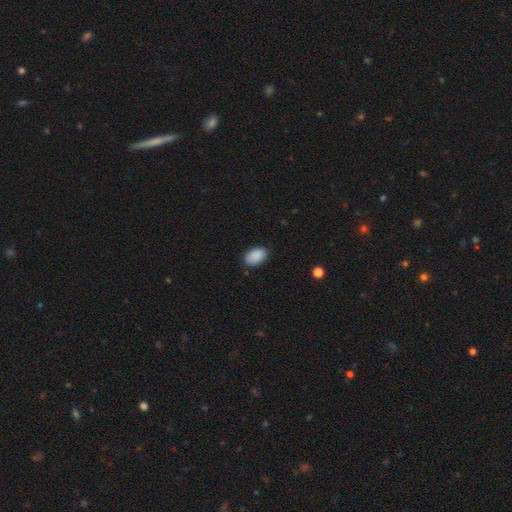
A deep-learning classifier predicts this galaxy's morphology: A smooth galaxy with no disk features (90%) that is in between round and cigar-shaped (90%).

Vote fractions:
- Smooth or featured? smooth: 90% / star or artifact: 7% / featured or disk: 3%
- How rounded? in between: 90% / round: 9% / cigar-shaped: 1%
- Merging? none: 84% / minor disturbance: 12% / major disturbance: 2% / merger: 1%